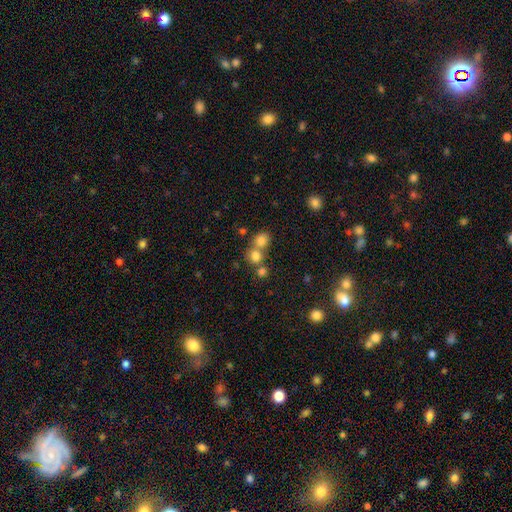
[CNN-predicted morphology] This is likely a smooth galaxy (77%). How rounded: clearly round (81%). Merging: possibly none (46%).